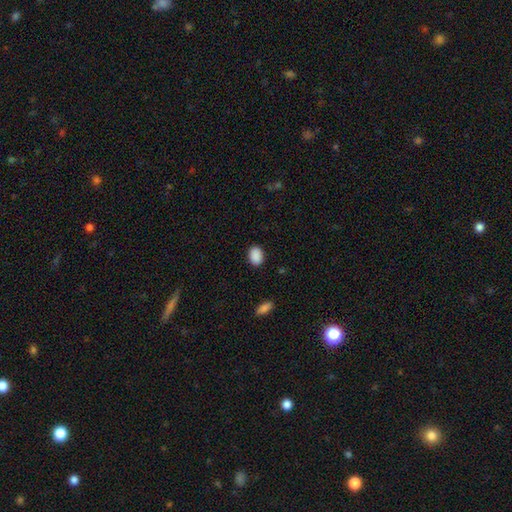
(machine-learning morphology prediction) A smooth galaxy with no disk features (90%) that is in between round and cigar-shaped (73%).

Vote fractions:
- Smooth or featured? smooth: 90% / star or artifact: 8% / featured or disk: 3%
- How rounded? in between: 73% / round: 26% / cigar-shaped: 1%
- Merging? none: 88% / minor disturbance: 8% / major disturbance: 2% / merger: 1%